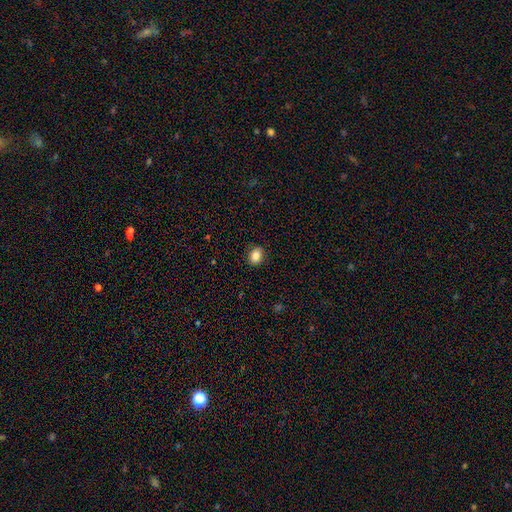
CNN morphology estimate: Smooth or featured? smooth (85%)
How rounded? in between (63%)
Merging? none (89%)